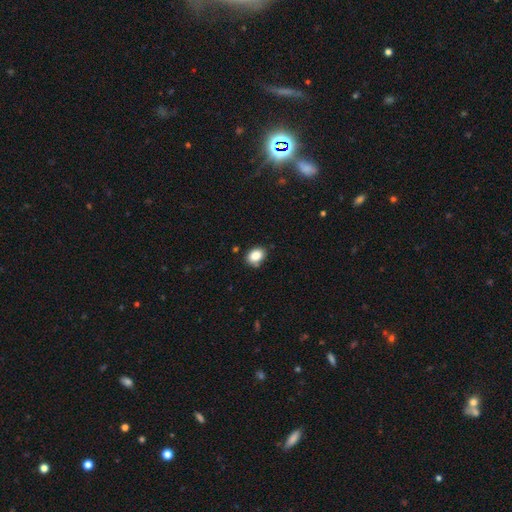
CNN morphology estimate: smooth_or_featured: smooth (p=0.85) [alt: star or artifact p=0.09]
how_rounded: in between (p=0.64) [alt: round p=0.35]
merging: none (p=0.79) [alt: minor disturbance p=0.15]